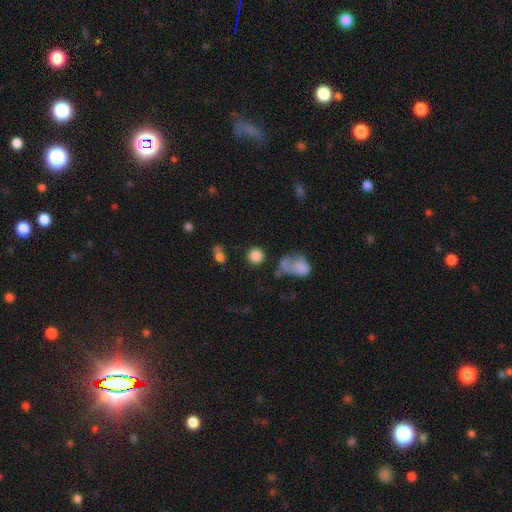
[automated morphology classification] Smooth or featured: smooth — 81% (star or artifact — 12%)
How rounded: round — 89% (in between — 9%)
Merging: none — 74% (merger — 11%)